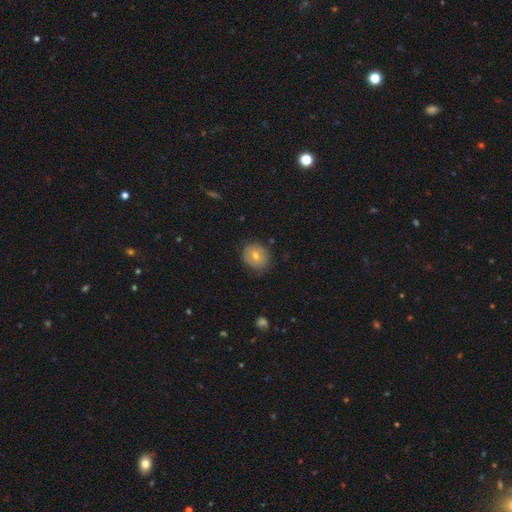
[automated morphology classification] Smooth or featured? Predicted: smooth (p=0.60). How rounded? Predicted: round (p=0.76). Merging? Predicted: none (p=0.82).